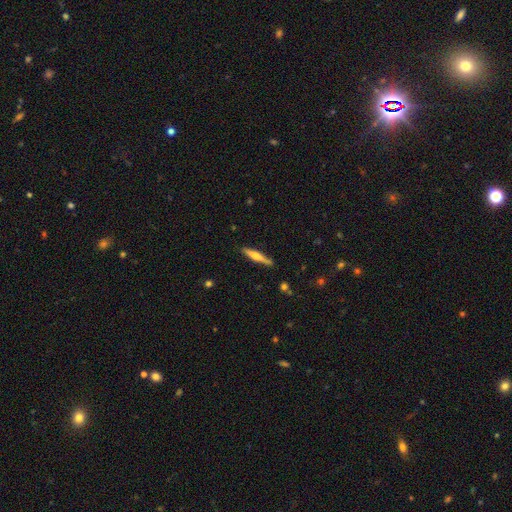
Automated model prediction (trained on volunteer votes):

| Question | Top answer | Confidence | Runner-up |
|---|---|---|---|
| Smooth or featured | featured or disk | 53% | smooth (42%) |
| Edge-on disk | yes | 97% | no (3%) |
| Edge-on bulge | rounded | 76% | boxy (13%) |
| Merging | none | 86% | minor disturbance (10%) |